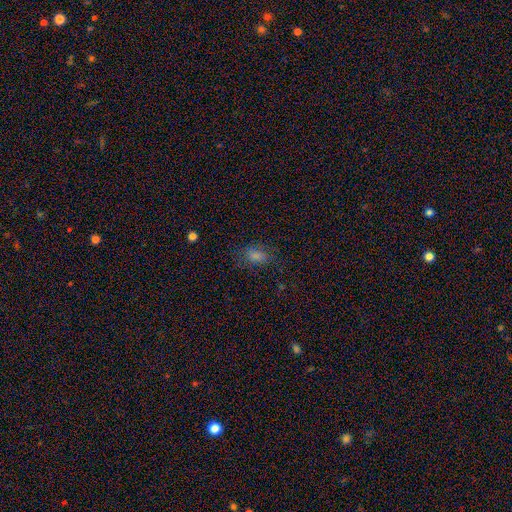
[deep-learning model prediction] The model was most divided on "smooth or featured": smooth: 67%, star or artifact: 22%, featured or disk: 11%. More confident: how rounded — in between (81%); merging — none (71%).